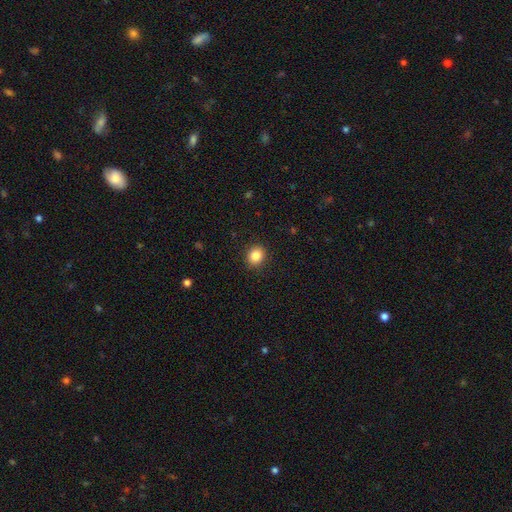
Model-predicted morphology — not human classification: A smooth galaxy with no disk features (86%) that is round (72%).

Vote fractions:
- Smooth or featured? smooth: 86% / star or artifact: 10% / featured or disk: 5%
- How rounded? round: 72% / in between: 27% / cigar-shaped: 1%
- Merging? none: 91% / minor disturbance: 6% / major disturbance: 2% / merger: 1%